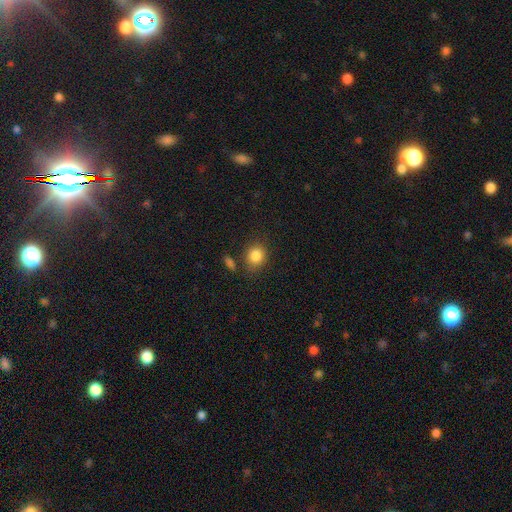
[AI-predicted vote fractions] Overall: smooth (85%). How rounded: round (66%; in between 32%). Merging: none (76%).